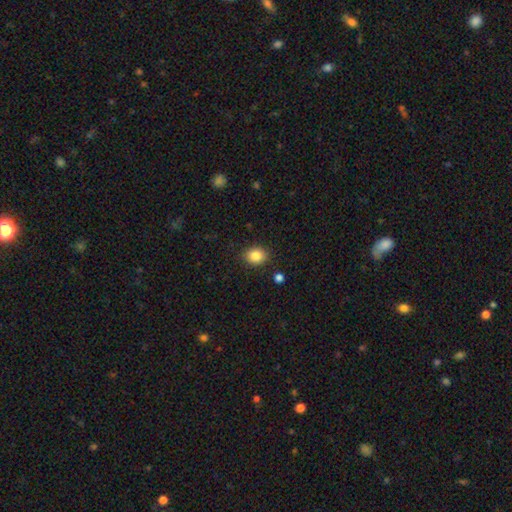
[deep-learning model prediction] smooth-or-featured: smooth: 86% | star or artifact: 9% | featured or disk: 5%
  how-rounded: round: 53% | in between: 46% | cigar-shaped: 1%
  merging: none: 88% | minor disturbance: 8% | major disturbance: 2% | merger: 2%